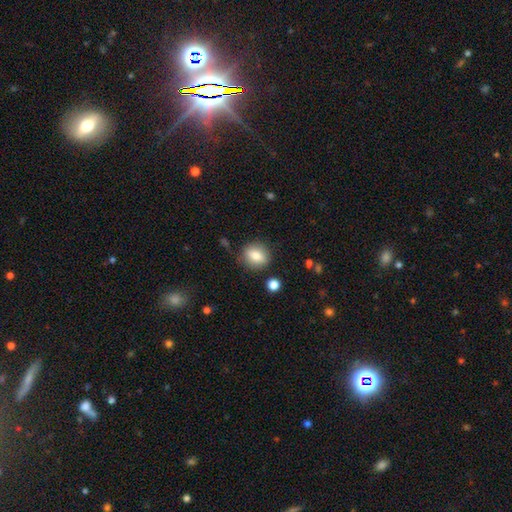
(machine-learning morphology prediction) Smooth or featured? smooth (79%)
How rounded? round (55%)
Merging? none (82%)